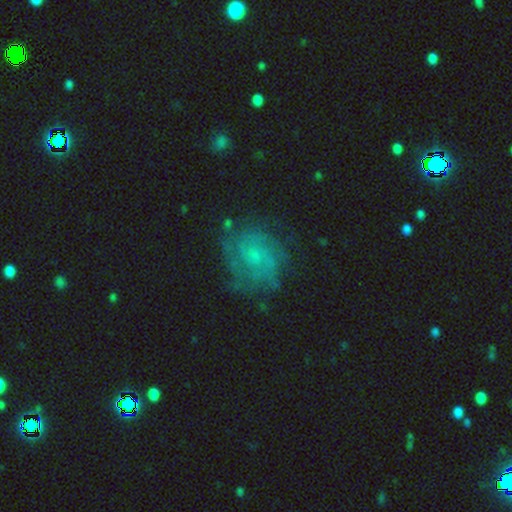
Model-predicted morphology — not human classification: Smooth or featured?
  - featured or disk: 64% *
  - smooth: 23%
  - star or artifact: 13%
Edge-on disk?
  - no: 98% *
  - yes: 2%
Bar?
  - no: 71% *
  - weak: 25%
  - strong: 3%
Spiral arms?
  - yes: 85% *
  - no: 15%
Spiral winding?
  - tight: 47% *
  - medium: 38%
  - loose: 14%
Spiral arm count?
  - can't tell: 44% *
  - 2: 21%
  - 3: 16%
  - 4: 8%
  - 1: 6%
  - more than 4: 6%
Bulge size?
  - small: 60% *
  - moderate: 19%
  - none: 18%
  - large: 2%
  - dominant: 1%
Merging?
  - none: 69% *
  - minor disturbance: 19%
  - major disturbance: 10%
  - merger: 2%